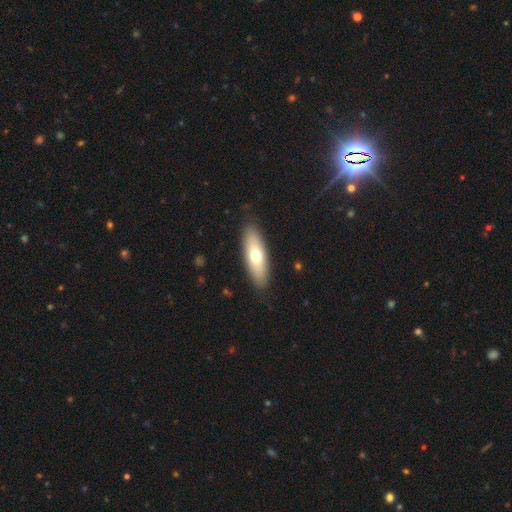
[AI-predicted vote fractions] Smooth or featured?
  - smooth: 66% *
  - featured or disk: 28%
  - star or artifact: 6%
How rounded?
  - in between: 57% *
  - cigar-shaped: 41%
  - round: 2%
Merging?
  - none: 86% *
  - minor disturbance: 10%
  - major disturbance: 3%
  - merger: 1%